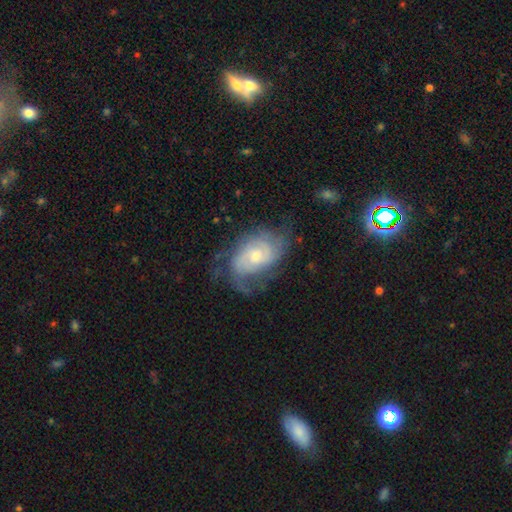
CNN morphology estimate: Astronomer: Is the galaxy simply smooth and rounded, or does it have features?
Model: featured or disk — 76%.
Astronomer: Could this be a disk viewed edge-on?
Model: no — 96%.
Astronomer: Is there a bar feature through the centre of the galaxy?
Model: no — 66%.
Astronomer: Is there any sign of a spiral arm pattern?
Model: yes — 89%.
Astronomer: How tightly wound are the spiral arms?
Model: tight — 47% (runner-up: medium, 37%).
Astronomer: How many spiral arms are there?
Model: can't tell — 38% (runner-up: 2, 34%).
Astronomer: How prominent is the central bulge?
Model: moderate — 54% (runner-up: small, 39%).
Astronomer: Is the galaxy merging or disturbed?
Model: none — 57%.